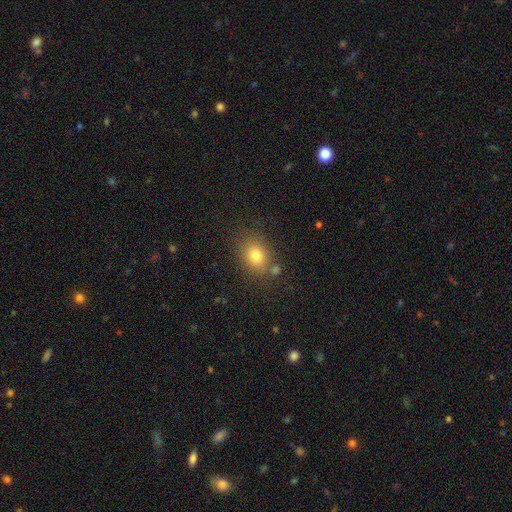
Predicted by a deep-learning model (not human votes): Q: Smooth or featured?
A: smooth (78%); runner-up: star or artifact (13%)
Q: How rounded?
A: in between (52%); runner-up: round (47%)
Q: Merging?
A: none (75%); runner-up: minor disturbance (12%)